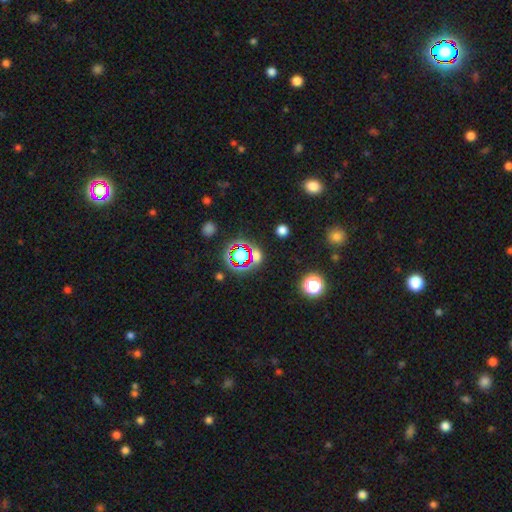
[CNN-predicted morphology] Overall: star or artifact (57%; smooth 32%).